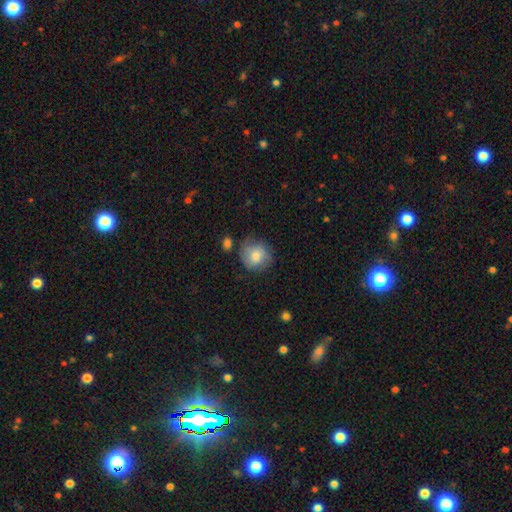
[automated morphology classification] Smooth or featured?
  - smooth: 74% *
  - featured or disk: 18%
  - star or artifact: 8%
How rounded?
  - round: 85% *
  - in between: 14%
  - cigar-shaped: 1%
Merging?
  - none: 67% *
  - minor disturbance: 23%
  - major disturbance: 7%
  - merger: 4%